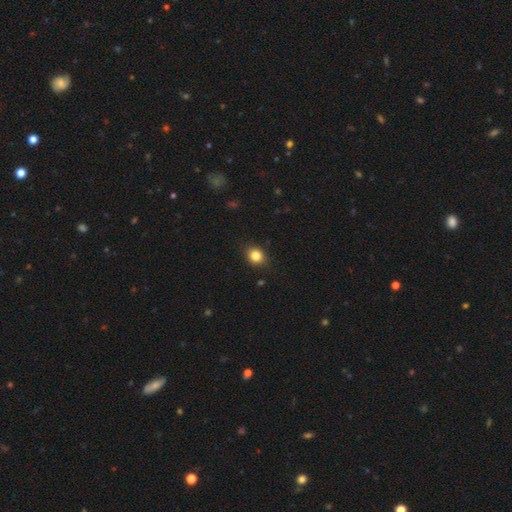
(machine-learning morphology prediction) Smooth or featured? Predicted: smooth (p=0.83). How rounded? Predicted: round (p=0.64). Merging? Predicted: none (p=0.86).